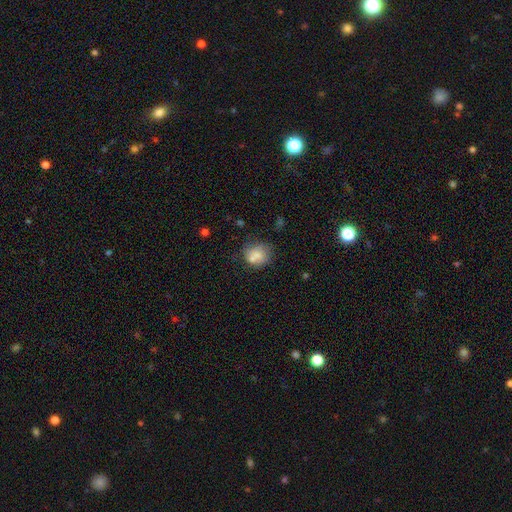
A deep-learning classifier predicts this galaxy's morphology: type=smooth (70%); roundness=round (70%); merging=none (45%).